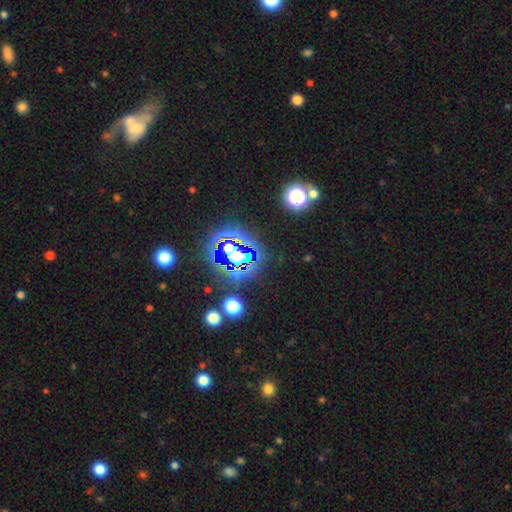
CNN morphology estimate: A star or artifact, not a galaxy (68%).